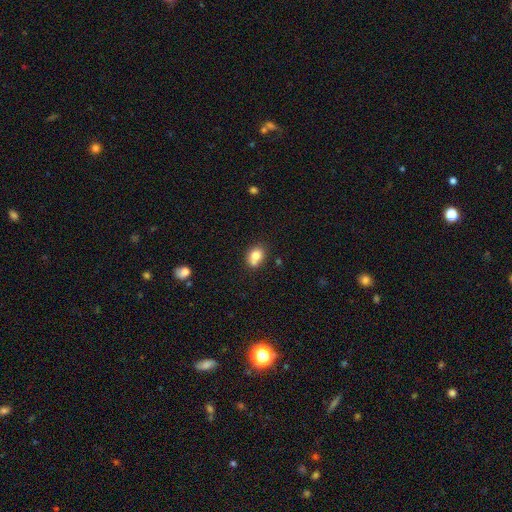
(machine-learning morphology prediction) Overall: smooth (76%). How rounded: round (56%; in between 43%). Merging: none (50%; merger 31%).